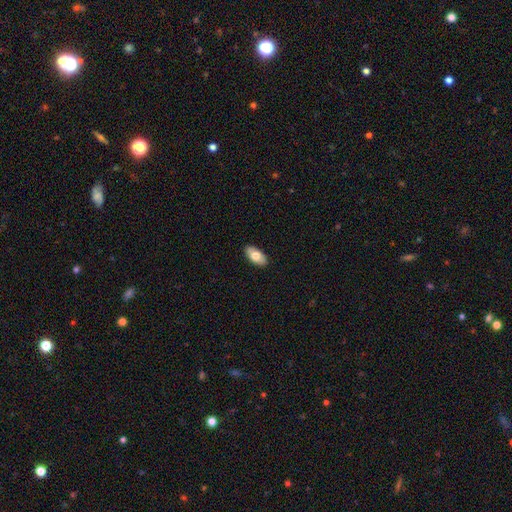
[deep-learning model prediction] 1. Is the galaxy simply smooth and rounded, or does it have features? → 75% smooth, 19% featured or disk, 6% star or artifact.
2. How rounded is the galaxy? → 93% in between, 4% cigar-shaped, 3% round.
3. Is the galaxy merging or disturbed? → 90% none, 8% minor disturbance, 2% major disturbance, 1% merger.